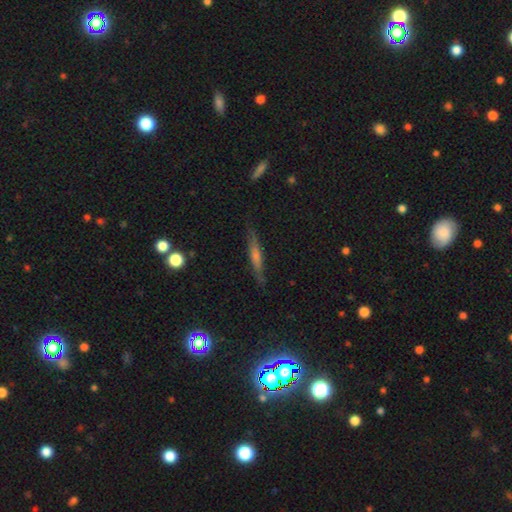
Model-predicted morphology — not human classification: type=featured or disk (52%); edge-on=yes (91%); merging=none (83%).